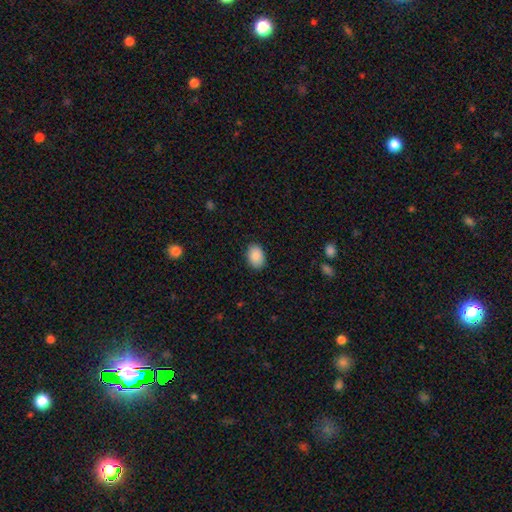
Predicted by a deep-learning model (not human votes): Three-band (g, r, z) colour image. It shows a smooth galaxy with no disk features (90%) that is in between round and cigar-shaped (84%). Merging: none (87%).